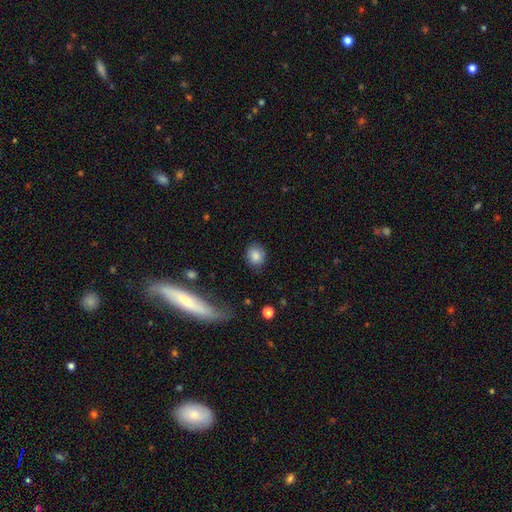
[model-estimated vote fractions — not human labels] A smooth galaxy with no disk features (85%) that is round (67%).

Vote fractions:
- Smooth or featured? smooth: 85% / star or artifact: 9% / featured or disk: 7%
- How rounded? round: 67% / in between: 32% / cigar-shaped: 1%
- Merging? none: 81% / minor disturbance: 13% / major disturbance: 4% / merger: 2%